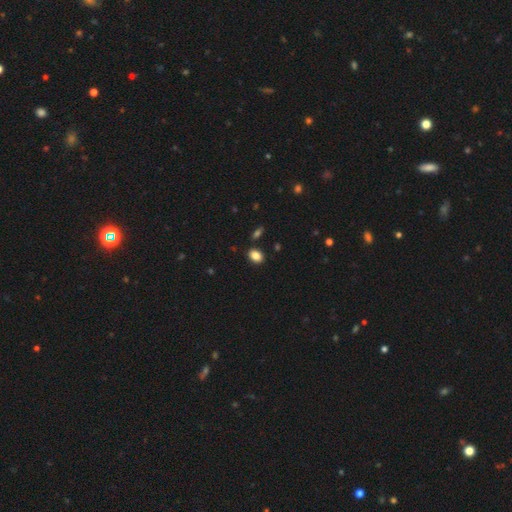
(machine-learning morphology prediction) Smooth or featured?
  - smooth: 85% *
  - star or artifact: 10%
  - featured or disk: 5%
How rounded?
  - in between: 73% *
  - round: 26%
  - cigar-shaped: 1%
Merging?
  - none: 86% *
  - minor disturbance: 9%
  - merger: 3%
  - major disturbance: 2%